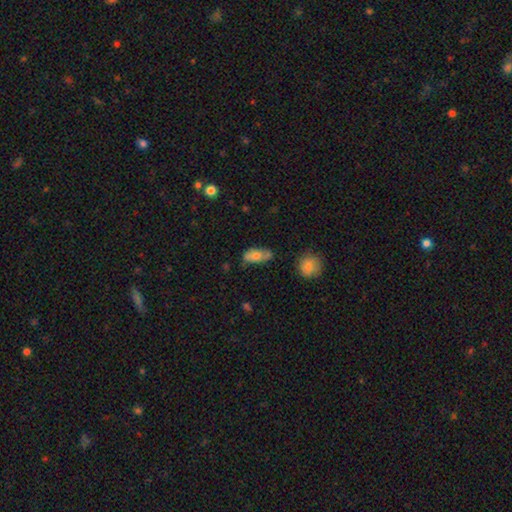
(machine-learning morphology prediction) Q: Smooth or featured?
A: smooth (68%); runner-up: featured or disk (25%)
Q: How rounded?
A: in between (86%); runner-up: cigar-shaped (10%)
Q: Merging?
A: none (60%); runner-up: minor disturbance (28%)